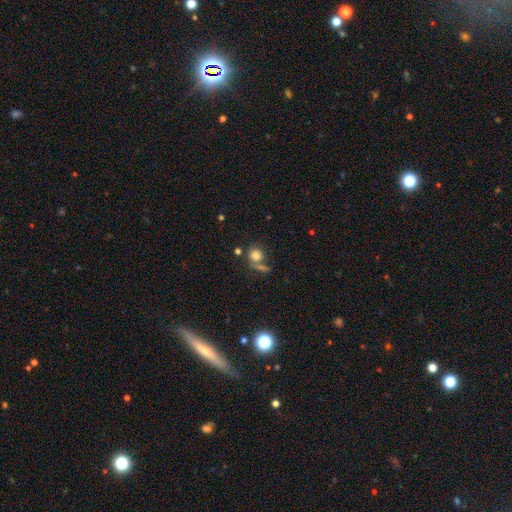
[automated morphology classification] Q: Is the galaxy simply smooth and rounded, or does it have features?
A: smooth — 78%.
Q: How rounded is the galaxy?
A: round — 84%.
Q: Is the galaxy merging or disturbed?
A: none — 58%.